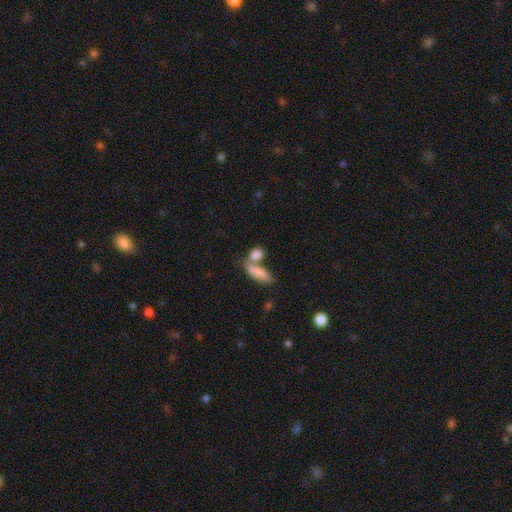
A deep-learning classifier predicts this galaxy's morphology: This is clearly a smooth galaxy (83%). How rounded: likely in between (64%). Merging: marginally merger (43%).